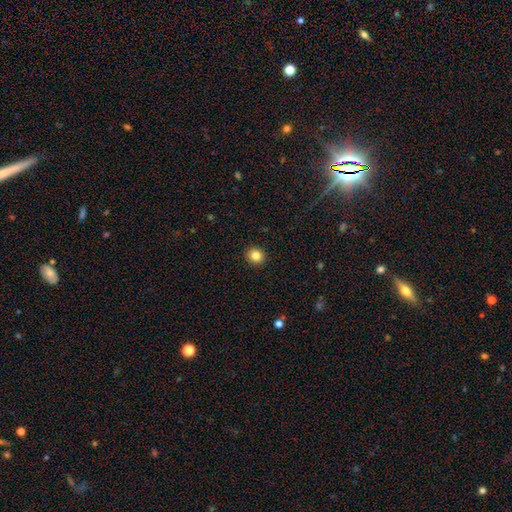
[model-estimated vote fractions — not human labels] A smooth galaxy with no disk features (83%) that is round (85%). Merging: none (92%).